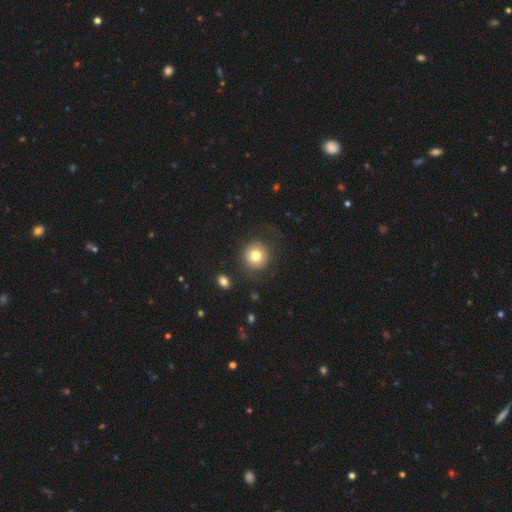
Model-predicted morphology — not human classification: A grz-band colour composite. It shows a smooth galaxy with no disk features (76%) that is round (93%). Merging: none (80%).